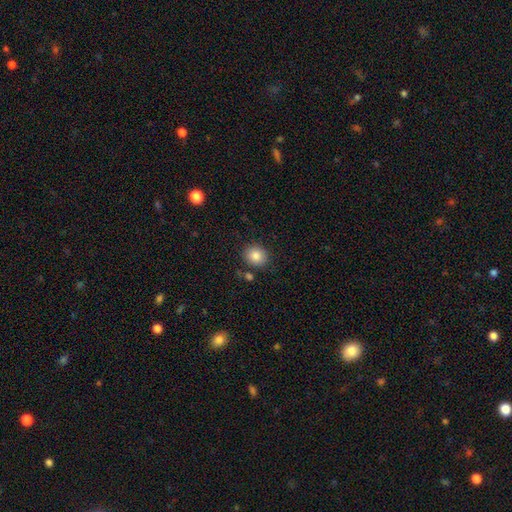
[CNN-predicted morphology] smooth-or-featured: smooth: 84% | star or artifact: 9% | featured or disk: 6%
  how-rounded: round: 75% | in between: 25% | cigar-shaped: 1%
  merging: none: 84% | minor disturbance: 9% | merger: 4% | major disturbance: 3%